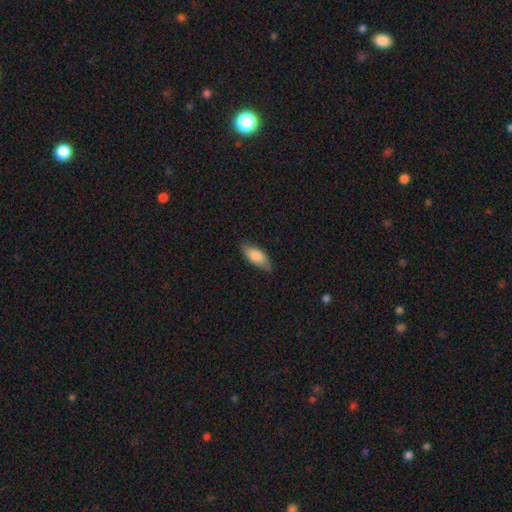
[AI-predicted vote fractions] Morphology: type=smooth (81%); roundness=in between (78%); merging=none (80%).